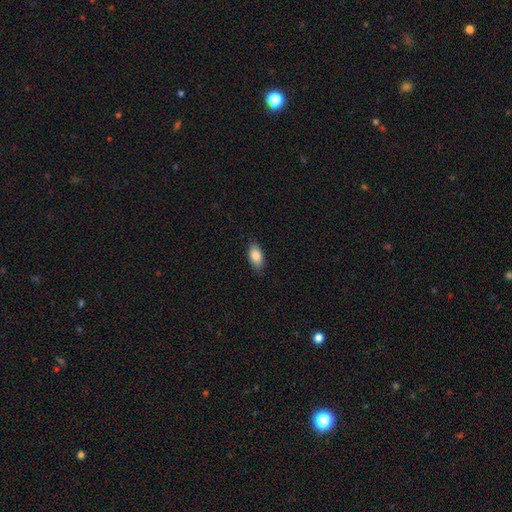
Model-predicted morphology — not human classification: The model was most divided on "merging": none: 84%, minor disturbance: 13%, major disturbance: 2%, merger: 1%. More confident: how rounded — in between (91%); smooth or featured — smooth (86%).